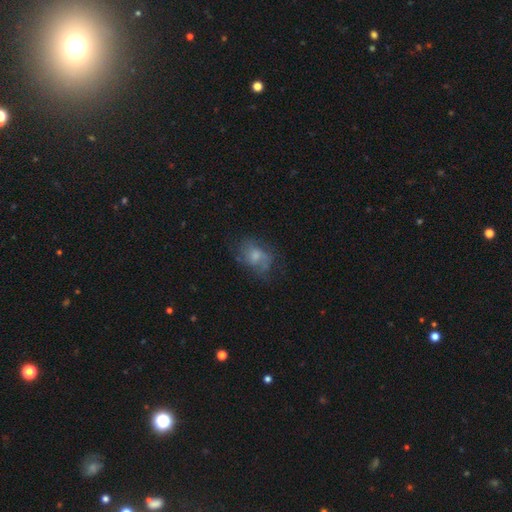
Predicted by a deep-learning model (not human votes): Q: Smooth or featured?
A: featured or disk (48%); runner-up: smooth (41%)
Q: Merging?
A: none (54%); runner-up: minor disturbance (25%)